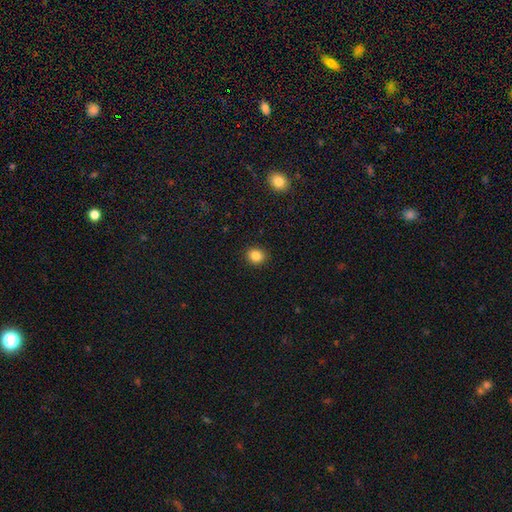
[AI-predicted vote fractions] The model was most divided on "how rounded": round: 81%, in between: 18%, cigar-shaped: 1%. More confident: merging — none (91%); smooth or featured — smooth (86%).